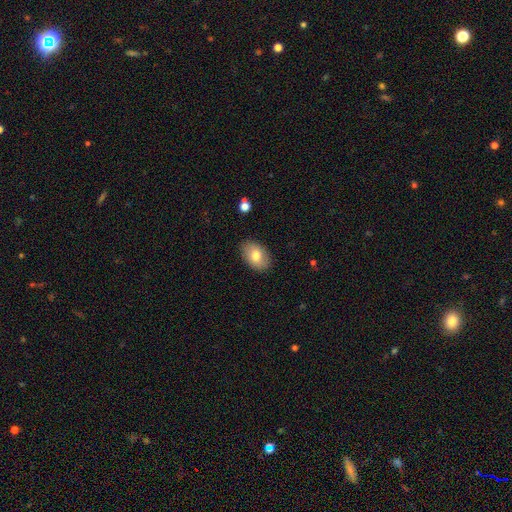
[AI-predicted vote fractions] Smooth or featured?
  - smooth: 78% *
  - featured or disk: 15%
  - star or artifact: 7%
How rounded?
  - in between: 87% *
  - round: 12%
  - cigar-shaped: 1%
Merging?
  - none: 87% *
  - minor disturbance: 10%
  - major disturbance: 2%
  - merger: 1%